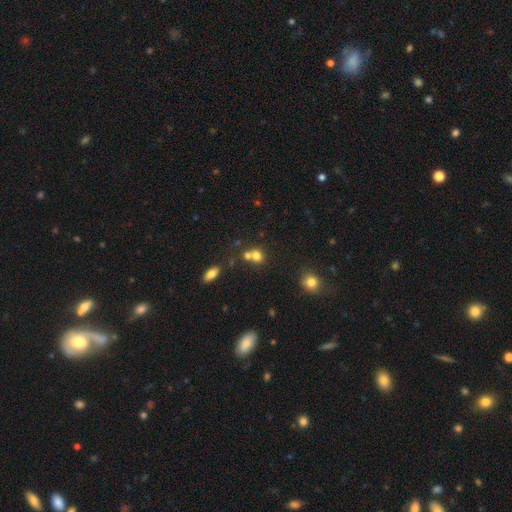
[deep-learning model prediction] Smooth or featured? smooth (74%)
How rounded? round (78%)
Merging? merger (44%, tied with none)